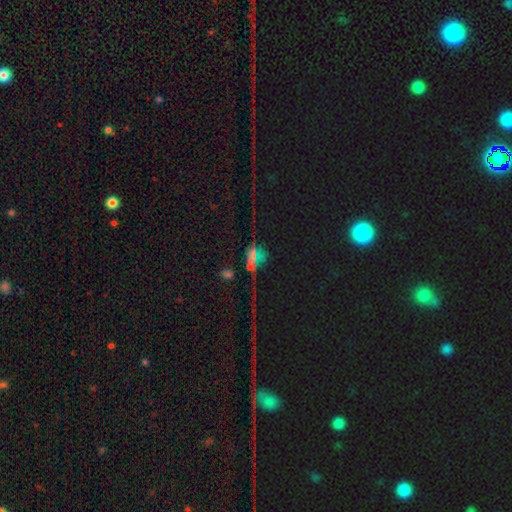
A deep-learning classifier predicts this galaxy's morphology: A star or artifact, not a galaxy (60%).